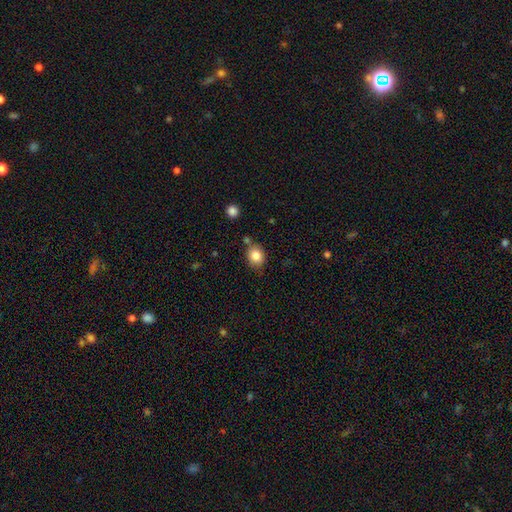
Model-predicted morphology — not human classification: A smooth galaxy with no disk features (84%) that is round (61%). Merging: none (75%).